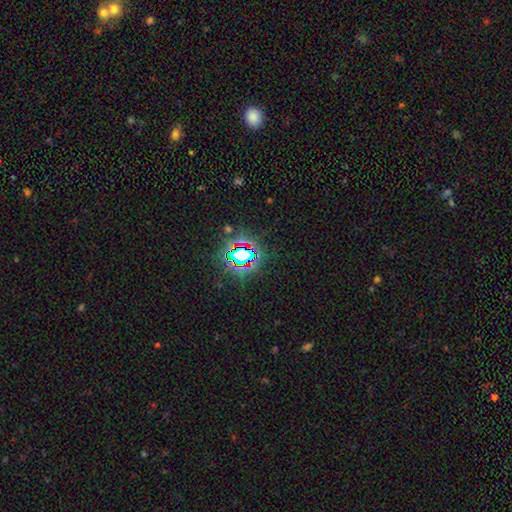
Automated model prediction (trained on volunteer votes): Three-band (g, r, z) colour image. It shows a star or artifact, not a galaxy (77%).